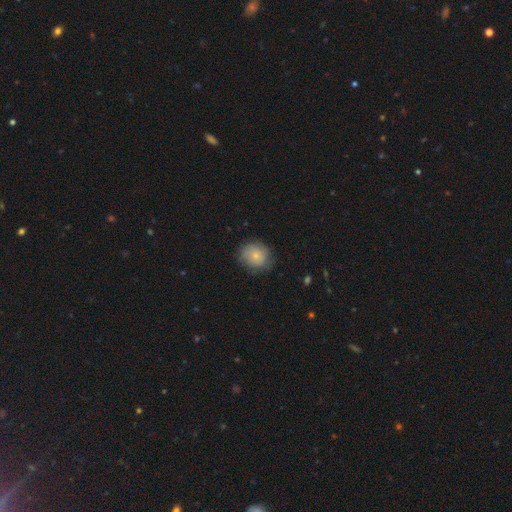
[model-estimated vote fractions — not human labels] This is likely a smooth galaxy (71%). How rounded: likely round (77%). Merging: likely none (72%).